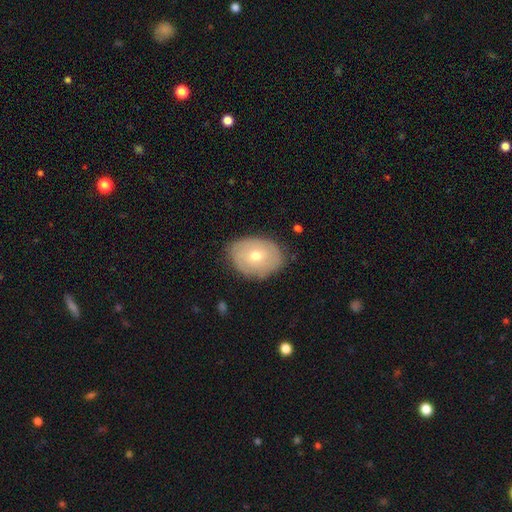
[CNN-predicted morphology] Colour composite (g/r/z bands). It shows a smooth galaxy with no disk features (49%). Merging: none (80%).